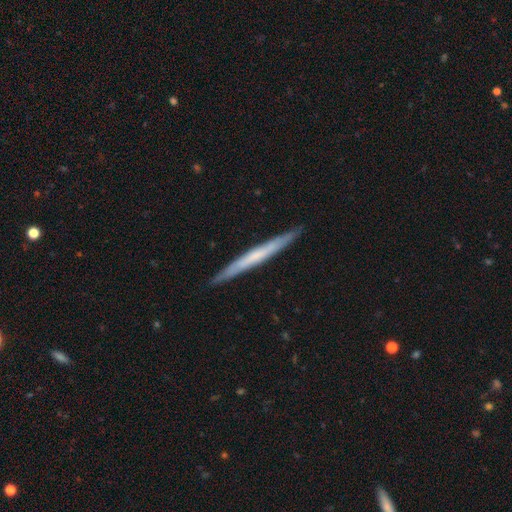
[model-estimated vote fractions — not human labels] Smooth or featured: featured or disk — 49% (smooth — 45%)
Merging: none — 91% (minor disturbance — 7%)